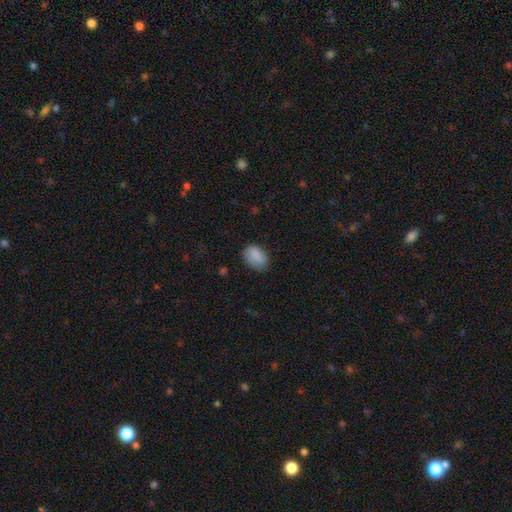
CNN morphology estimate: Smooth or featured? Predicted: smooth (p=0.84). How rounded? Predicted: in between (p=0.85). Merging? Predicted: none (p=0.72).